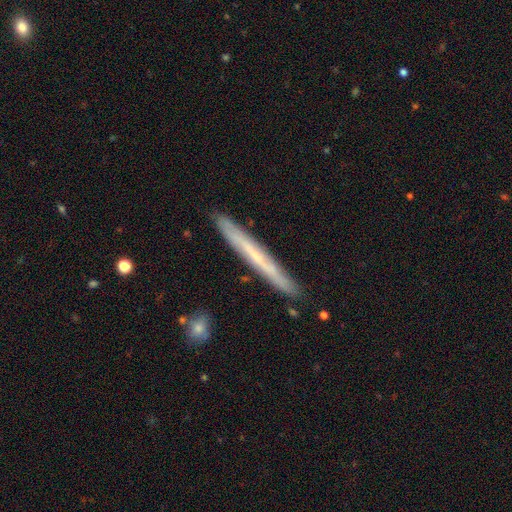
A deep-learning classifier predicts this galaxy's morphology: smooth-or-featured: featured or disk: 53% | smooth: 40% | star or artifact: 7%
  disk-edge-on: yes: 93% | no: 7%
  merging: none: 89% | minor disturbance: 8% | merger: 2% | major disturbance: 1%